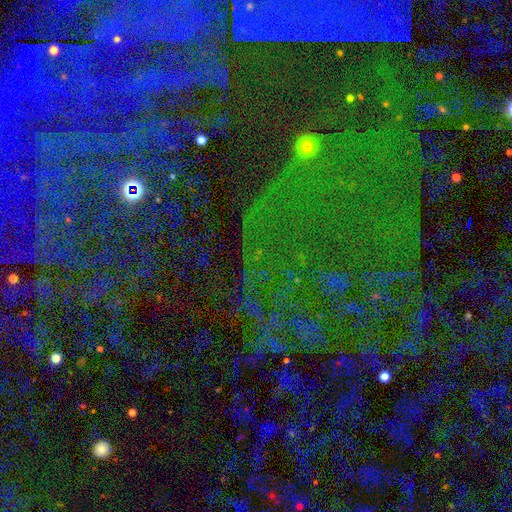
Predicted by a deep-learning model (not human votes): The model was most divided on "smooth or featured": star or artifact: 82%, featured or disk: 9%, smooth: 9%.